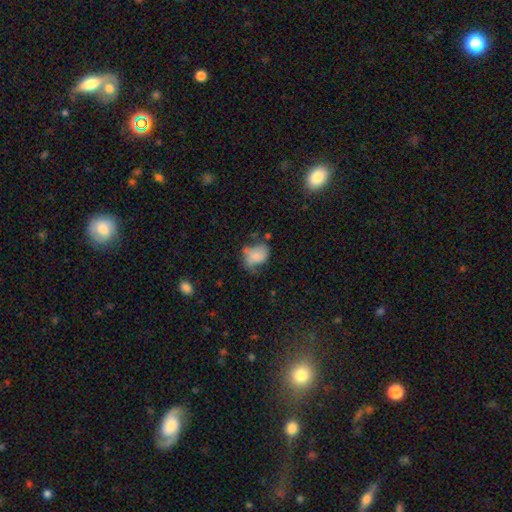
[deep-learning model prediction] A smooth galaxy with no disk features (71%) that is in between round and cigar-shaped (70%). Merging: none (38%).